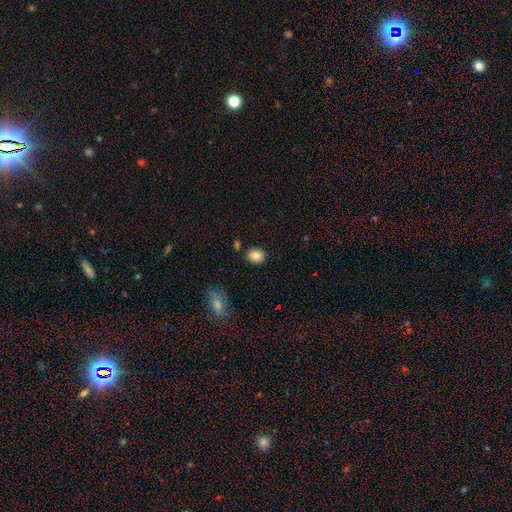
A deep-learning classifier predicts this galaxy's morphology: smooth 86%, star or artifact 9%, featured or disk 5%. Down the decision tree: how rounded — round (61%); merging — none (84%).